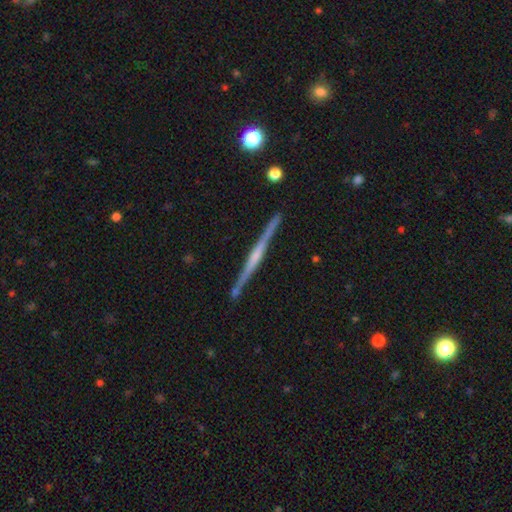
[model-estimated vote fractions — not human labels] Smooth or featured? featured or disk (81%)
Edge-on disk? yes (98%)
Edge-on bulge? rounded (57%)
Merging? none (91%)